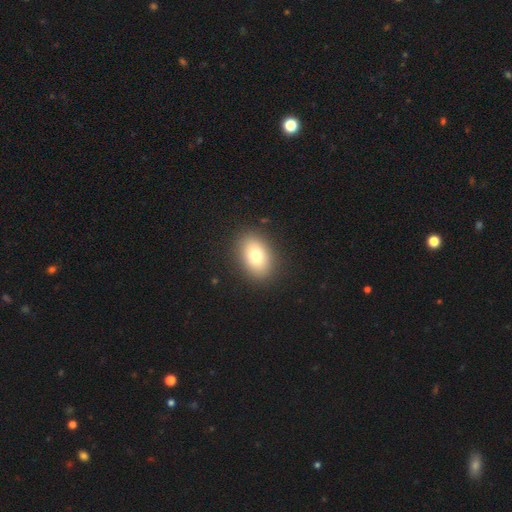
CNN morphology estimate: A smooth galaxy with no disk features (76%) that is in between round and cigar-shaped (77%).

Vote fractions:
- Smooth or featured? smooth: 76% / featured or disk: 14% / star or artifact: 10%
- How rounded? in between: 77% / round: 22% / cigar-shaped: 1%
- Merging? none: 88% / minor disturbance: 8% / major disturbance: 3% / merger: 1%